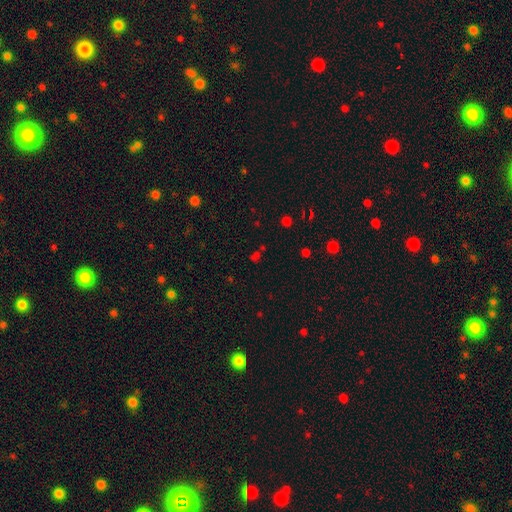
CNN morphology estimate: smooth_or_featured: star or artifact (p=0.53) [alt: smooth p=0.38]